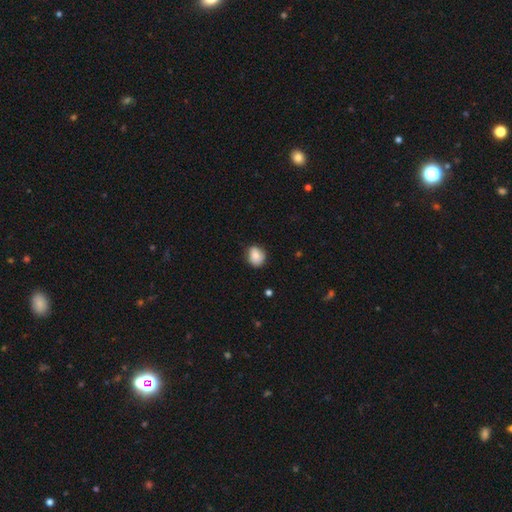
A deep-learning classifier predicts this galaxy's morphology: Smooth or featured? Predicted: smooth (p=0.79). How rounded? Predicted: round (p=0.61). Merging? Predicted: none (p=0.73).